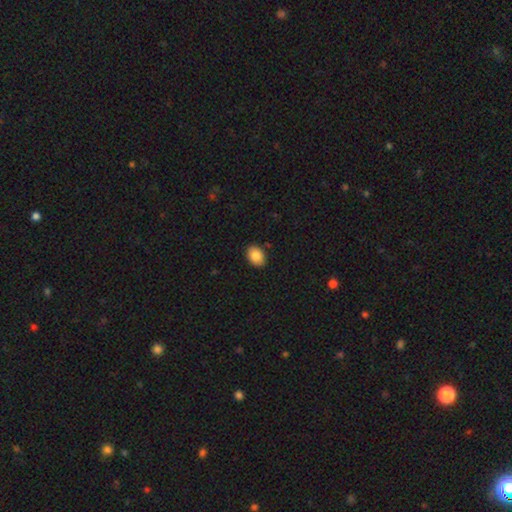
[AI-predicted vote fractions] Smooth or featured: smooth — 86% (star or artifact — 8%)
How rounded: in between — 73% (round — 26%)
Merging: none — 89% (minor disturbance — 8%)